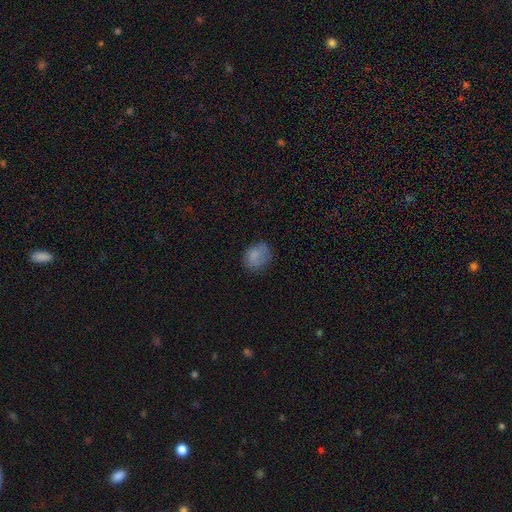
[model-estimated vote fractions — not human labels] The model was most divided on "how rounded": in between: 55%, round: 44%, cigar-shaped: 1%. More confident: smooth or featured — smooth (79%); merging — none (68%).